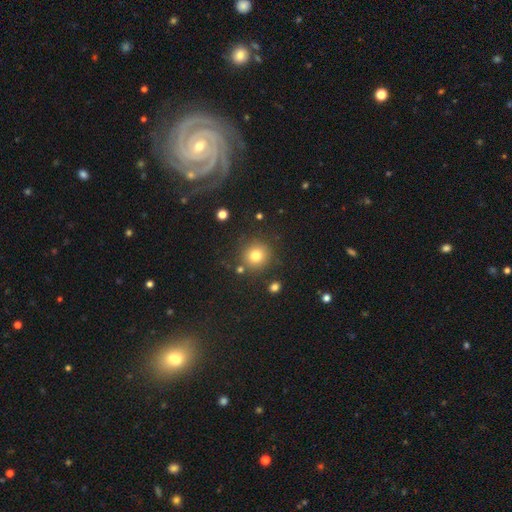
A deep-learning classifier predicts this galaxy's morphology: Smooth or featured: smooth — 79% (star or artifact — 13%)
How rounded: round — 92% (in between — 7%)
Merging: none — 83% (minor disturbance — 8%)